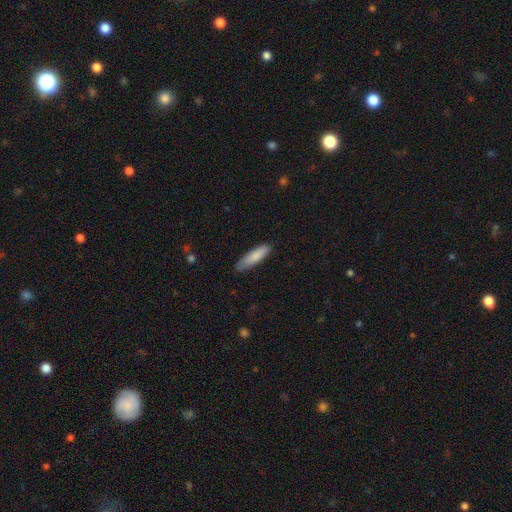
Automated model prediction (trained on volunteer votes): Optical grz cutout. It shows a smooth galaxy with no disk features (85%) that is cigar-shaped (66%). Merging: none (79%).